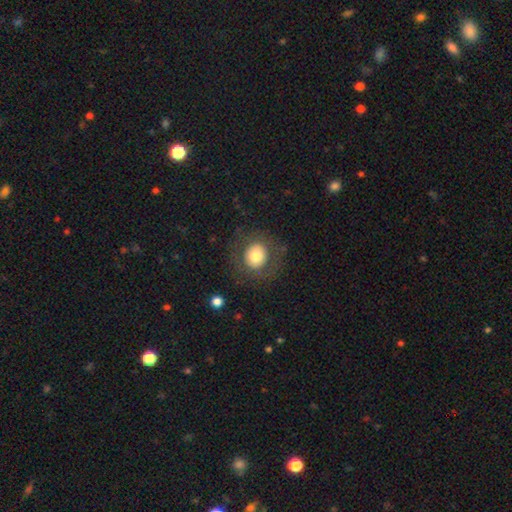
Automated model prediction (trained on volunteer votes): The model was most divided on "smooth or featured": smooth: 71%, featured or disk: 20%, star or artifact: 9%. More confident: how rounded — round (85%); merging — none (81%).